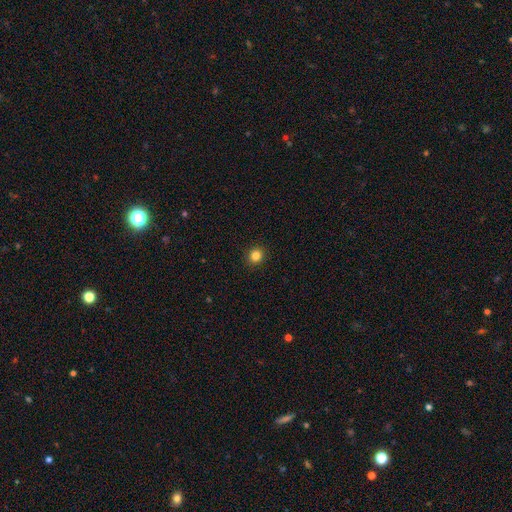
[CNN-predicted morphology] Smooth or featured?
  - smooth: 84% *
  - star or artifact: 12%
  - featured or disk: 4%
How rounded?
  - round: 90% *
  - in between: 9%
  - cigar-shaped: 1%
Merging?
  - none: 92% *
  - minor disturbance: 5%
  - major disturbance: 2%
  - merger: 1%